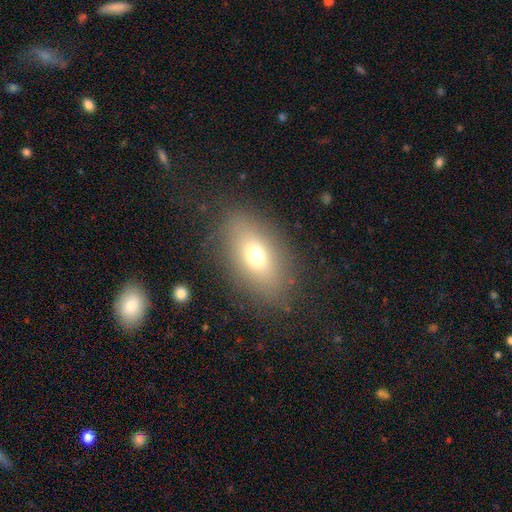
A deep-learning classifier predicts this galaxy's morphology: This appears to be a smooth galaxy with no disk features (69%) that is in between round and cigar-shaped (84%). Merging: none (82%).